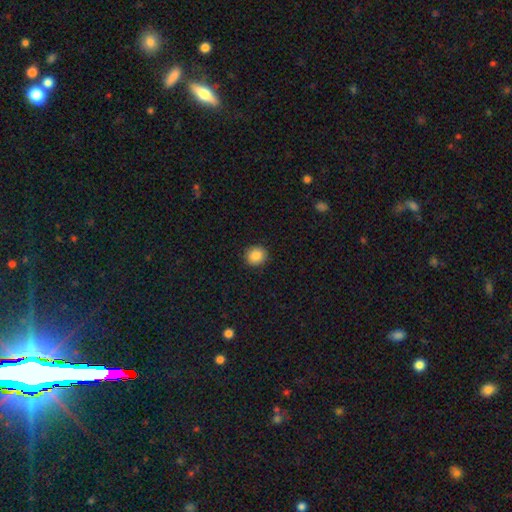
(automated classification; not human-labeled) Overall: smooth (87%). How rounded: round (86%). Merging: none (92%).